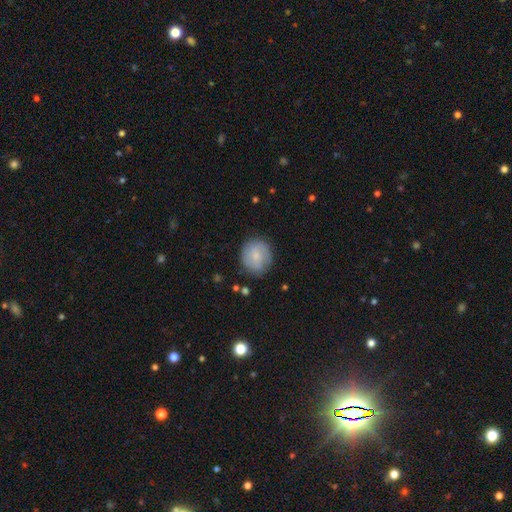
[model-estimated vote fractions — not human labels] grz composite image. It shows a smooth galaxy with no disk features (68%) that is round (85%). Merging: none (79%).